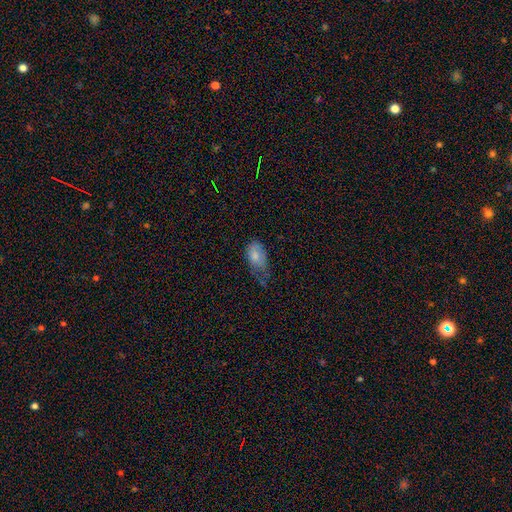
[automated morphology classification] The model was most divided on "merging": minor disturbance: 43%, none: 28%, major disturbance: 26%, merger: 3%. More confident: how rounded — in between (91%); smooth or featured — smooth (76%).